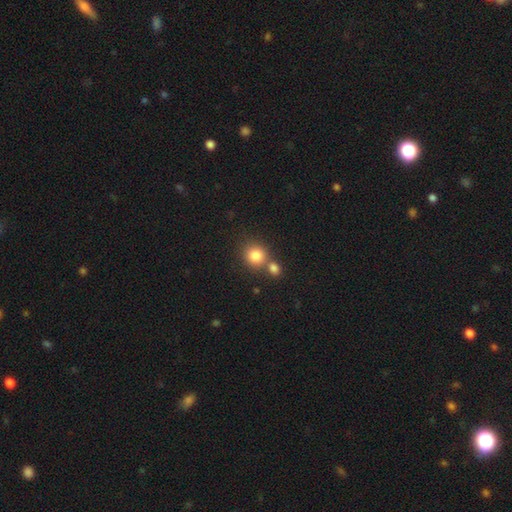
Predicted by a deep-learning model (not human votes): The model was most divided on "merging": none: 57%, merger: 32%, minor disturbance: 8%, major disturbance: 3%. More confident: how rounded — round (87%); smooth or featured — smooth (82%).